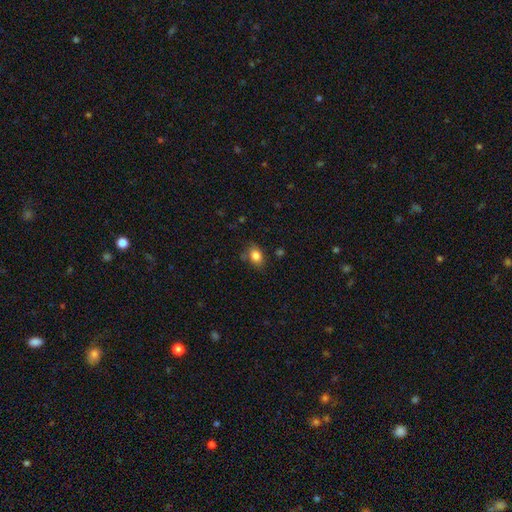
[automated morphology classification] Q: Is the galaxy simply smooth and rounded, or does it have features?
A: smooth — 83%.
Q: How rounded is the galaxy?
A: in between — 74%.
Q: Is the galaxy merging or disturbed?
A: none — 73%.